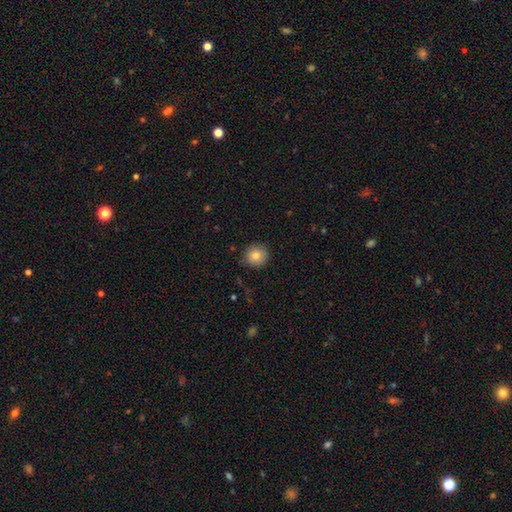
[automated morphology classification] Overall: smooth (81%). How rounded: round (94%). Merging: none (88%).